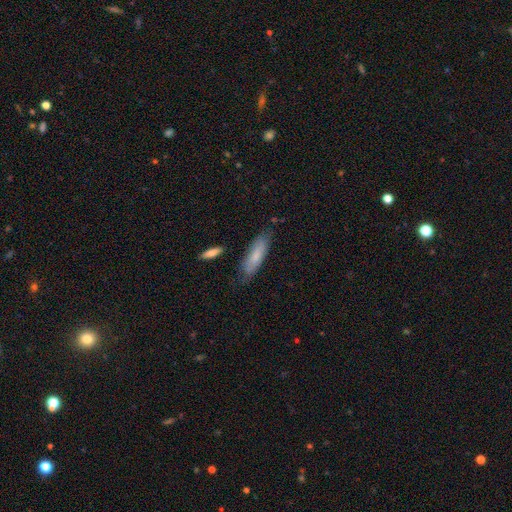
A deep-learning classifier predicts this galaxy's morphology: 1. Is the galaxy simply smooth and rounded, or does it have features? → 73% smooth, 21% featured or disk, 6% star or artifact.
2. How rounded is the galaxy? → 54% cigar-shaped, 44% in between, 2% round.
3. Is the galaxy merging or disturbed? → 72% none, 20% minor disturbance, 4% major disturbance, 3% merger.